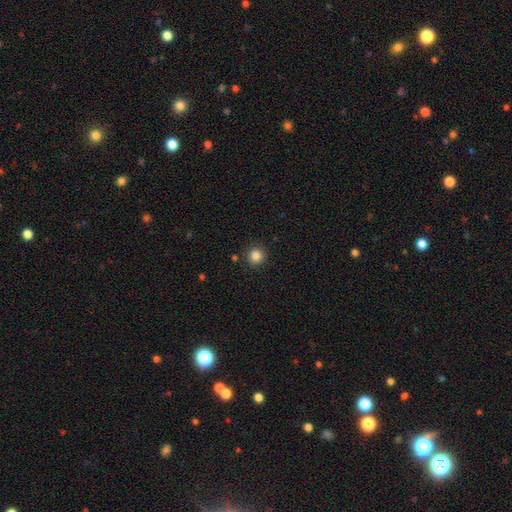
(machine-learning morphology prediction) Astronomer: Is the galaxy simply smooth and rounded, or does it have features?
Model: smooth — 84%.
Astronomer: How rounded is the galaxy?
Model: round — 95%.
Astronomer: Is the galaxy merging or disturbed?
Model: none — 90%.